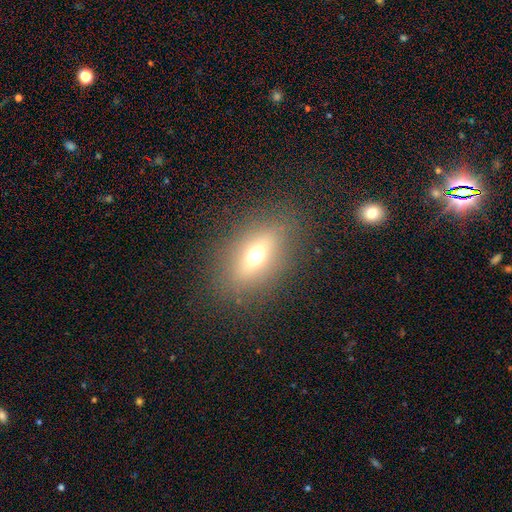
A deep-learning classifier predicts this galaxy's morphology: The model was most divided on "smooth or featured": smooth: 57%, featured or disk: 27%, star or artifact: 15%. More confident: merging — none (83%); how rounded — in between (73%).